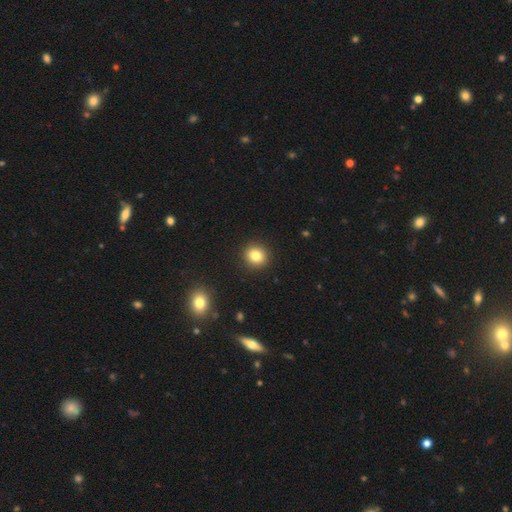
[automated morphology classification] Smooth or featured?
  - smooth: 82% *
  - star or artifact: 11%
  - featured or disk: 7%
How rounded?
  - round: 84% *
  - in between: 15%
  - cigar-shaped: 1%
Merging?
  - none: 92% *
  - minor disturbance: 5%
  - major disturbance: 2%
  - merger: 1%